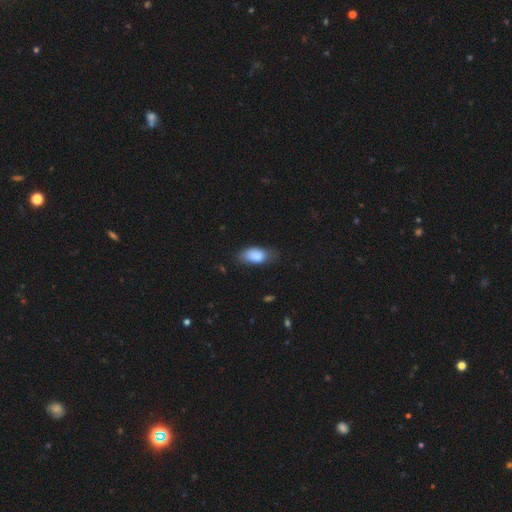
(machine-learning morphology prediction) type=smooth (86%); roundness=in between (91%); merging=none (64%).